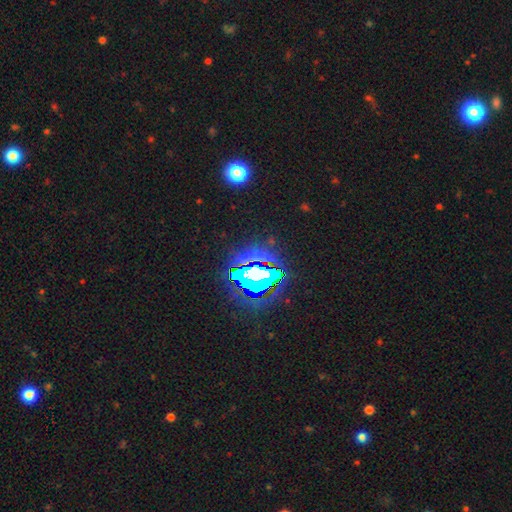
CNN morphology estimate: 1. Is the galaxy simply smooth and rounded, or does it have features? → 84% star or artifact, 9% smooth, 6% featured or disk.